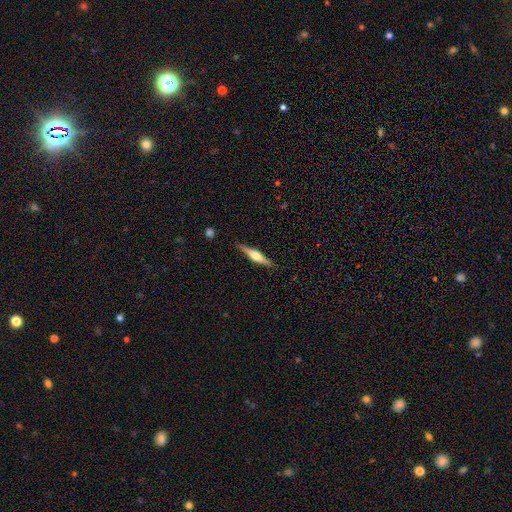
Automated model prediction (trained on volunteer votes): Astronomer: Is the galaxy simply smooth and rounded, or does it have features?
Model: featured or disk — 72%.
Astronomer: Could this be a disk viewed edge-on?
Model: yes — 98%.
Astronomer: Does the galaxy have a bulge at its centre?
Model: rounded — 91%.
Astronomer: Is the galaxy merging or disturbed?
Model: none — 90%.